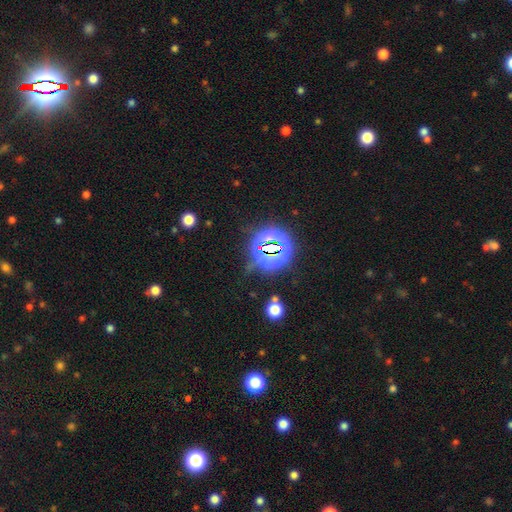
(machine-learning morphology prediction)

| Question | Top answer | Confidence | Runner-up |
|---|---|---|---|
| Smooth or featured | star or artifact | 82% | smooth (11%) |